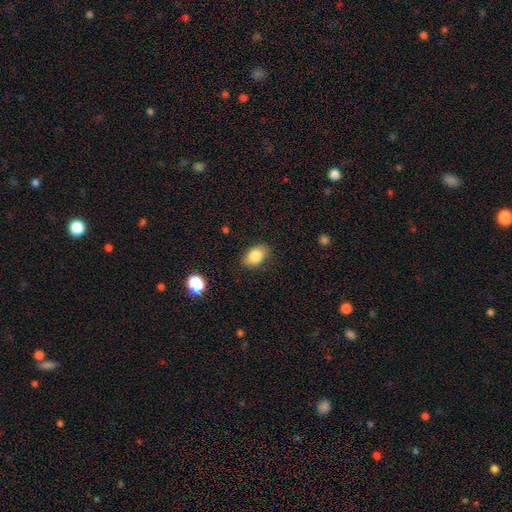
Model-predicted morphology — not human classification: Q: Smooth or featured?
A: smooth (84%); runner-up: star or artifact (9%)
Q: How rounded?
A: in between (84%); runner-up: round (15%)
Q: Merging?
A: none (84%); runner-up: minor disturbance (12%)